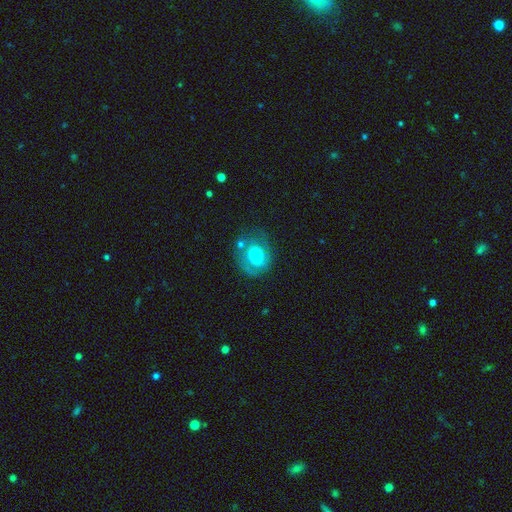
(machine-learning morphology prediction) The model was most divided on "smooth or featured": featured or disk: 52%, smooth: 40%, star or artifact: 8%. More confident: edge-on disk — no (97%); bar — no (82%); spiral arms — yes (68%); bulge size — moderate (64%); merging — none (57%).